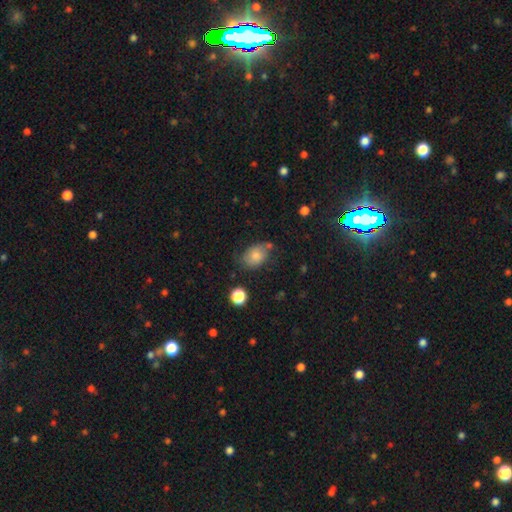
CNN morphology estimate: A smooth galaxy with no disk features (73%) that is in between round and cigar-shaped (74%).

Vote fractions:
- Smooth or featured? smooth: 73% / featured or disk: 16% / star or artifact: 11%
- How rounded? in between: 74% / round: 24% / cigar-shaped: 1%
- Merging? none: 61% / minor disturbance: 25% / major disturbance: 7% / merger: 6%